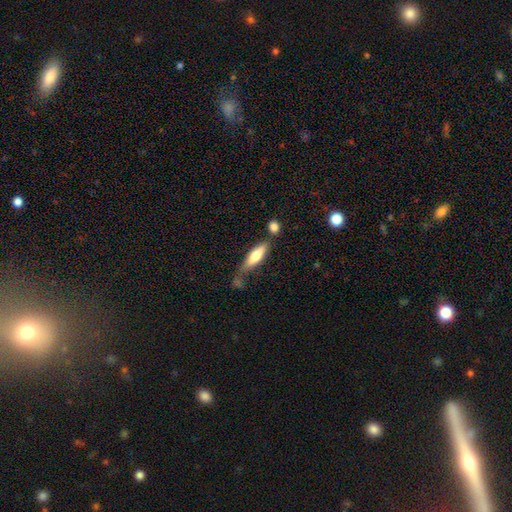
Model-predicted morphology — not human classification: Smooth or featured?
  - smooth: 64% *
  - featured or disk: 30%
  - star or artifact: 6%
How rounded?
  - cigar-shaped: 56% *
  - in between: 42%
  - round: 2%
Merging?
  - none: 53% *
  - minor disturbance: 22%
  - merger: 16%
  - major disturbance: 9%